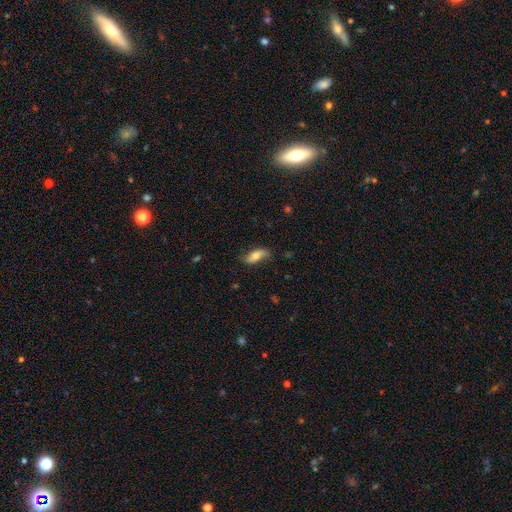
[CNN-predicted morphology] Smooth or featured? Predicted: smooth (p=0.66). How rounded? Predicted: in between (p=0.76). Merging? Predicted: none (p=0.75).